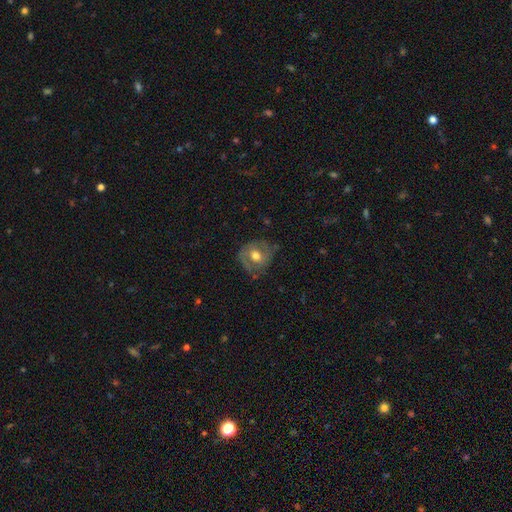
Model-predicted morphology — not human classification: smooth-or-featured: featured or disk: 52% | smooth: 40% | star or artifact: 7%
  disk-edge-on: no: 96% | yes: 4%
    bar: no: 64% | weak: 28% | strong: 8%
    has-spiral-arms: yes: 56% | no: 44%
    bulge-size: moderate: 75% | large: 15% | small: 8% | dominant: 1% | none: 1%
  merging: none: 64% | minor disturbance: 24% | major disturbance: 10% | merger: 2%